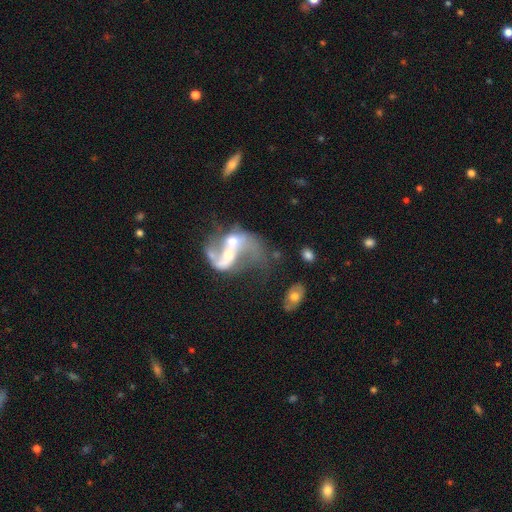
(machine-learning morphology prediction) Smooth or featured?
  - featured or disk: 77% *
  - smooth: 14%
  - star or artifact: 10%
Edge-on disk?
  - no: 96% *
  - yes: 4%
Bar?
  - no: 54% *
  - weak: 32%
  - strong: 14%
Spiral arms?
  - yes: 72% *
  - no: 28%
Spiral winding?
  - loose: 71% *
  - medium: 23%
  - tight: 6%
Spiral arm count?
  - 2: 68% *
  - 1: 17%
  - can't tell: 10%
  - 3: 2%
  - 4: 1%
  - more than 4: 1%
Bulge size?
  - moderate: 45% *
  - small: 33%
  - none: 13%
  - large: 6%
  - dominant: 2%
Merging?
  - merger: 58% *
  - major disturbance: 17%
  - none: 17%
  - minor disturbance: 8%